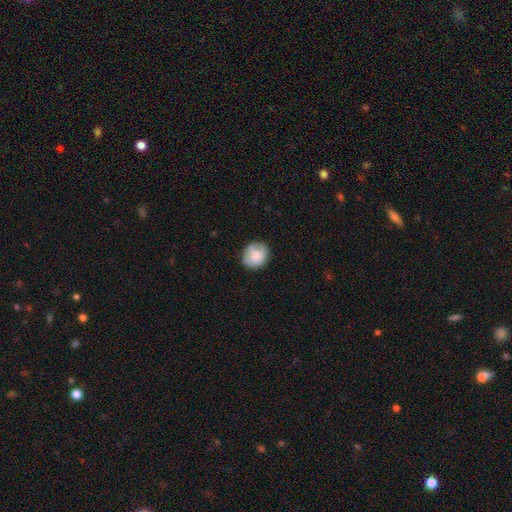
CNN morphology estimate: smooth-or-featured: smooth: 77% | featured or disk: 16% | star or artifact: 7%
  how-rounded: round: 74% | in between: 25% | cigar-shaped: 1%
  merging: none: 76% | minor disturbance: 19% | major disturbance: 4% | merger: 1%